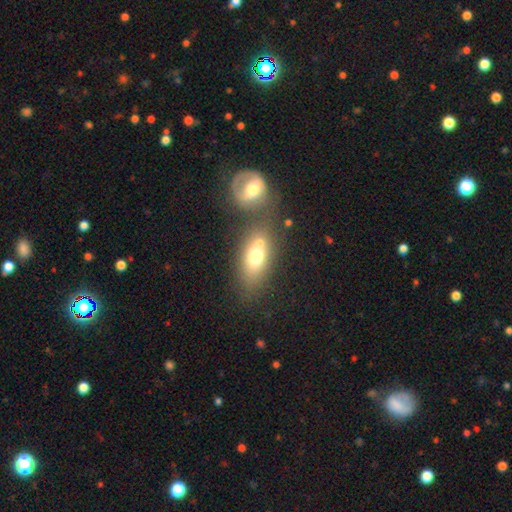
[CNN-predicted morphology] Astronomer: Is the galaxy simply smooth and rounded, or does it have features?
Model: smooth — 66%.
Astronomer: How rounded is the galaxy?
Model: in between — 76%.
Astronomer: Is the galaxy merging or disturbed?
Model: none — 46% (runner-up: merger, 36%).